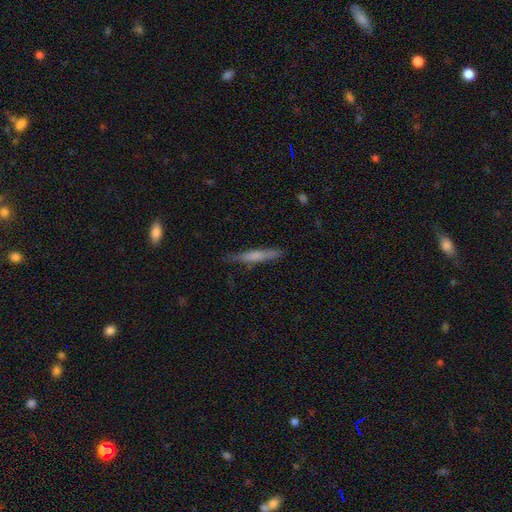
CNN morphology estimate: Overall: smooth (58%; featured or disk 35%). How rounded: cigar-shaped (93%). Merging: none (77%).